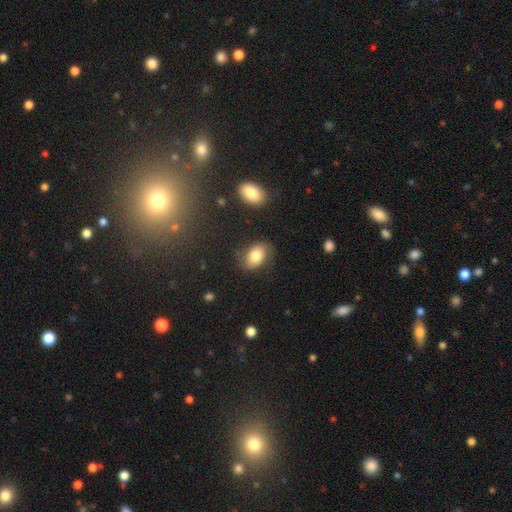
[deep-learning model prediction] Overall: smooth (77%). How rounded: in between (85%). Merging: none (71%).